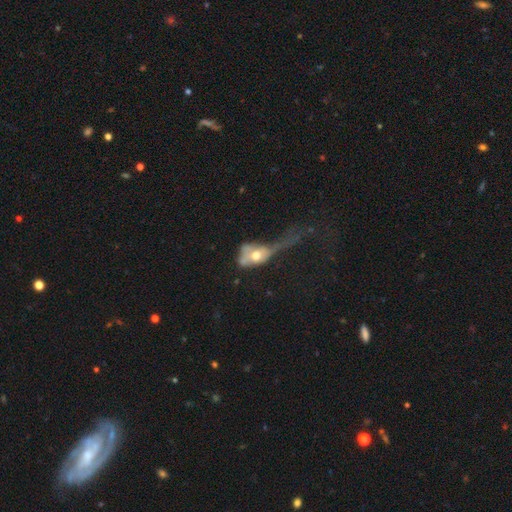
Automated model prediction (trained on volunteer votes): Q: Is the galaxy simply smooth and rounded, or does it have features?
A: smooth — 48%.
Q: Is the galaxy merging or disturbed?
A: major disturbance — 60%.